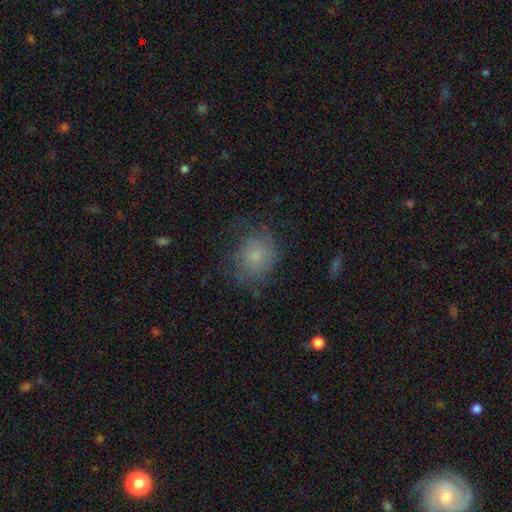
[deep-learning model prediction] This is likely a smooth galaxy (69%). How rounded: likely round (71%). Merging: likely none (60%).